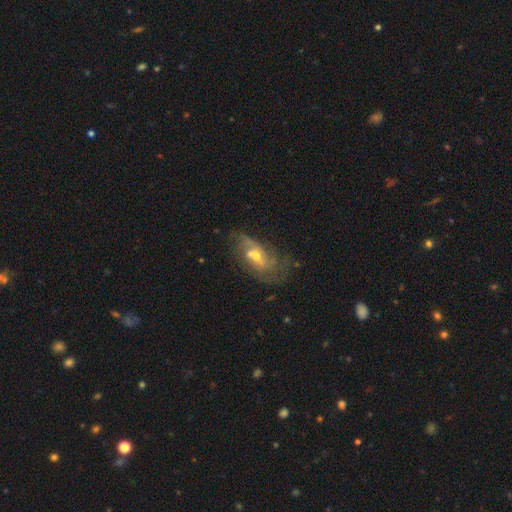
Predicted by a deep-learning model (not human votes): smooth_or_featured: featured or disk (p=0.70) [alt: smooth p=0.20]
disk_edge_on: no (p=0.92) [alt: yes p=0.08]
bar: no (p=0.46) [alt: weak p=0.41]
has_spiral_arms: yes (p=0.73) [alt: no p=0.27]
bulge_size: moderate (p=0.49) [alt: small p=0.42]
merging: none (p=0.44) [alt: major disturbance p=0.20]